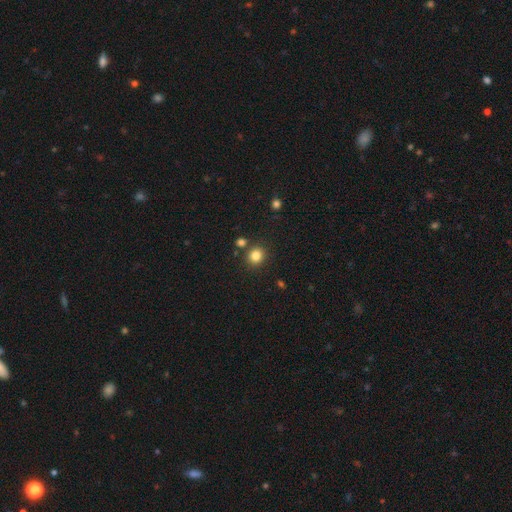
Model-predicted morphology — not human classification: A smooth galaxy with no disk features (83%) that is round (84%). Merging: none (82%).